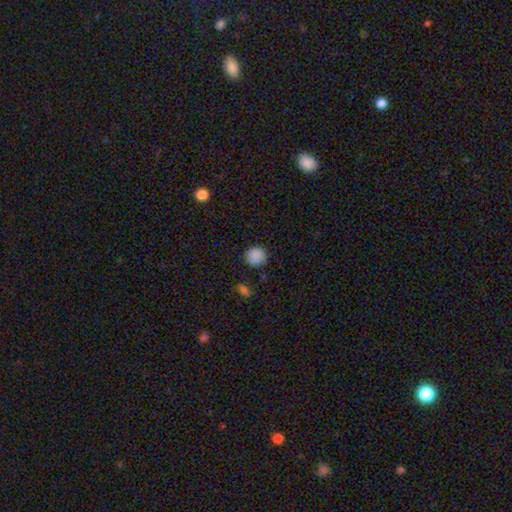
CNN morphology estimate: Smooth or featured? smooth (86%)
How rounded? round (91%)
Merging? none (85%)